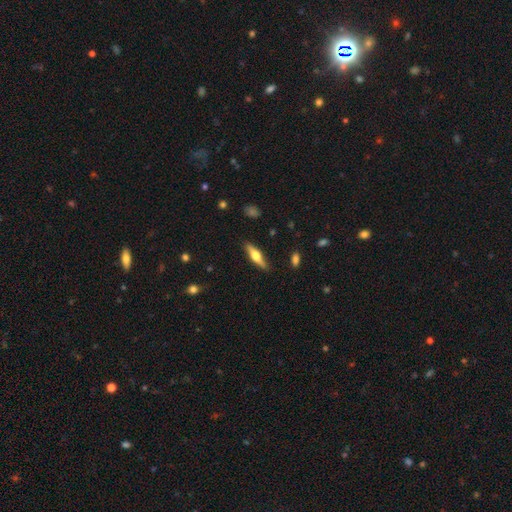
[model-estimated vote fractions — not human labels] This appears to be a featured or disk galaxy (56%) viewed edge-on (95%) with a rounded central bulge (92%). Merging: none (87%).